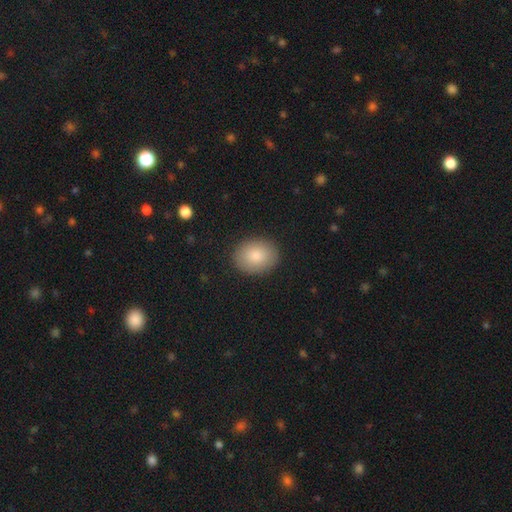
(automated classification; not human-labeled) Overall: smooth (86%). How rounded: in between (58%; round 41%). Merging: none (89%).